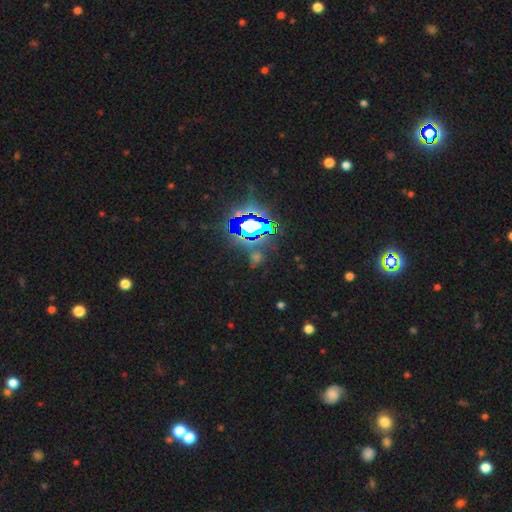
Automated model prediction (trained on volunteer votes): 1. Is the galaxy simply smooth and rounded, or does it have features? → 79% star or artifact, 12% smooth, 9% featured or disk.